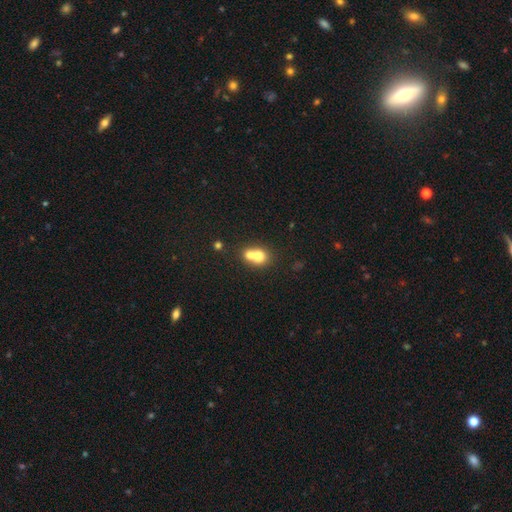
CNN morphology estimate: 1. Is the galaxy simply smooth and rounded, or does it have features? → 70% smooth, 19% featured or disk, 11% star or artifact.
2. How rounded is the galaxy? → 57% round, 42% in between, 1% cigar-shaped.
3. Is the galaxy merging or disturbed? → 64% merger, 25% none, 7% minor disturbance, 4% major disturbance.